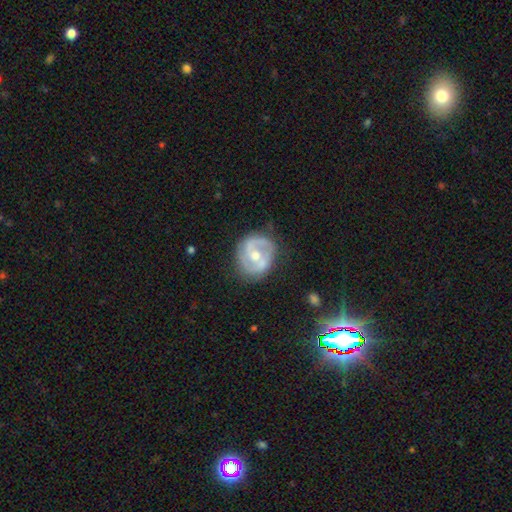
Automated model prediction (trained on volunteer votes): Smooth or featured?
  - featured or disk: 75% *
  - smooth: 20%
  - star or artifact: 5%
Edge-on disk?
  - no: 97% *
  - yes: 3%
Bar?
  - weak: 42% *
  - no: 37%
  - strong: 21%
Spiral arms?
  - yes: 76% *
  - no: 24%
Spiral winding?
  - medium: 44% *
  - tight: 38%
  - loose: 18%
Spiral arm count?
  - 2: 78% *
  - can't tell: 12%
  - 1: 4%
  - 3: 3%
  - 4: 1%
  - more than 4: 1%
Bulge size?
  - moderate: 70% *
  - small: 24%
  - large: 4%
  - none: 1%
  - dominant: 1%
Merging?
  - none: 74% *
  - minor disturbance: 18%
  - major disturbance: 7%
  - merger: 2%